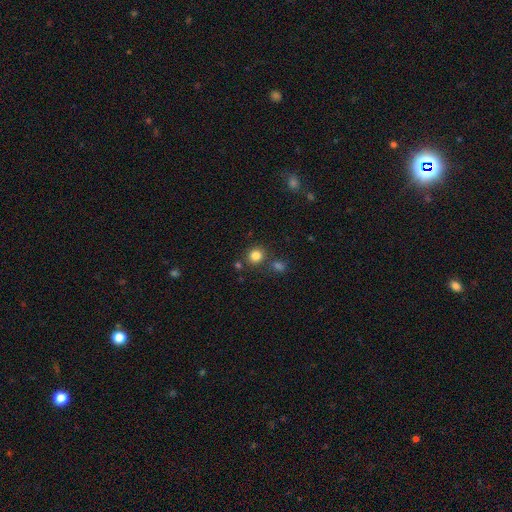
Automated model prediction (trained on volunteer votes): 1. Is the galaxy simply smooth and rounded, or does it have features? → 82% smooth, 13% star or artifact, 5% featured or disk.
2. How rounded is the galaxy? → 87% round, 12% in between, 1% cigar-shaped.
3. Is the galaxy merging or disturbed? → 78% none, 10% merger, 8% minor disturbance, 3% major disturbance.